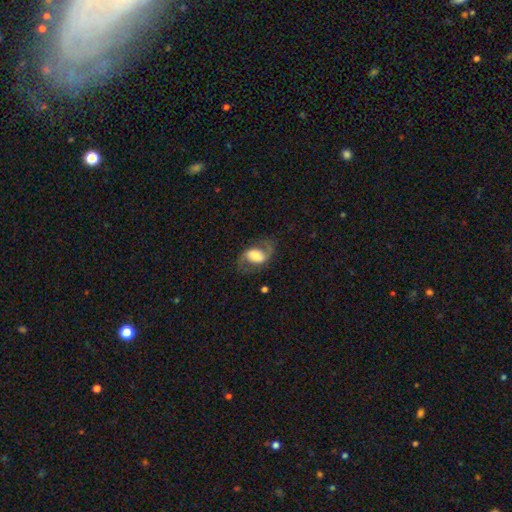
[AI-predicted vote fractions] Smooth or featured: featured or disk — 71% (smooth — 23%)
Edge-on disk: no — 96% (yes — 4%)
Bar: weak — 41% (no — 33%)
Spiral arms: yes — 90% (no — 10%)
Spiral winding: loose — 48% (medium — 42%)
Spiral arm count: 2 — 90% (1 — 4%)
Bulge size: large — 38% (moderate — 36%)
Merging: none — 68% (minor disturbance — 16%)